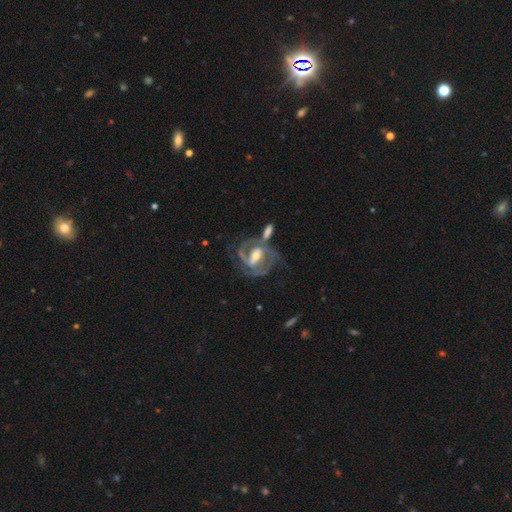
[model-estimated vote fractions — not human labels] Overall: featured or disk (89%). Edge-on disk: no (97%). Bar: strong (45%; weak 40%). Spiral arms: yes (95%). Spiral arm count: 2 (71%). Spiral winding: medium (45%, tied with tight). Bulge size: moderate (60%; small 32%). Merging: none (51%; merger 21%).